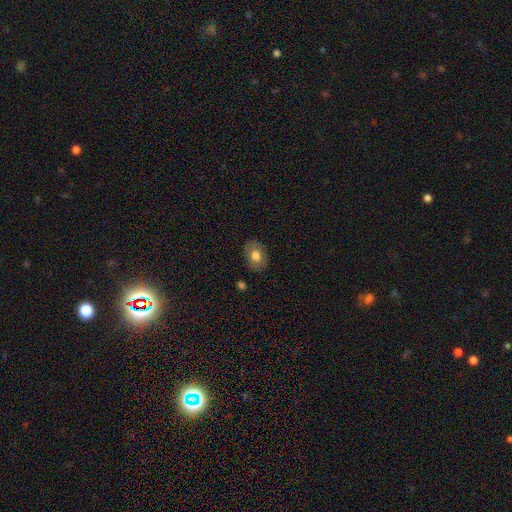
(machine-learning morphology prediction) smooth_or_featured: smooth (p=0.75) [alt: featured or disk p=0.17]
how_rounded: in between (p=0.72) [alt: round p=0.27]
merging: none (p=0.85) [alt: minor disturbance p=0.11]